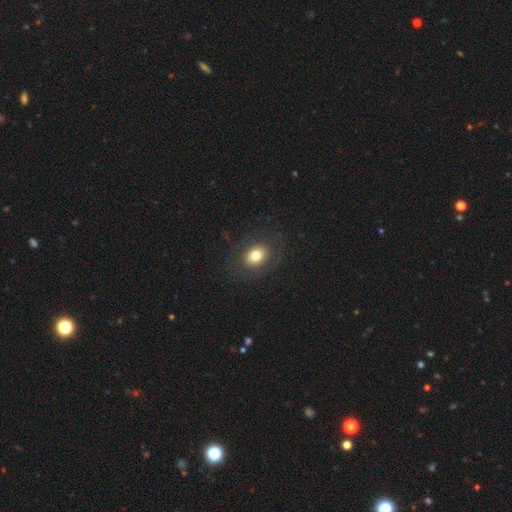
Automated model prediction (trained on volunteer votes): Smooth or featured? Predicted: smooth (p=0.74). How rounded? Predicted: in between (p=0.59). Merging? Predicted: none (p=0.83).